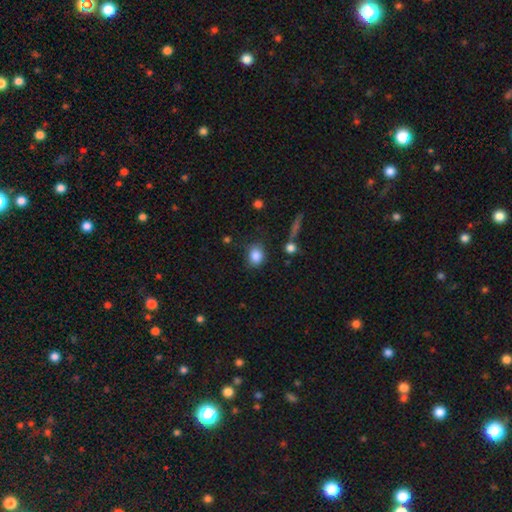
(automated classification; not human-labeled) This appears to be a smooth galaxy with no disk features (86%) that is round (54%). Merging: none (75%).